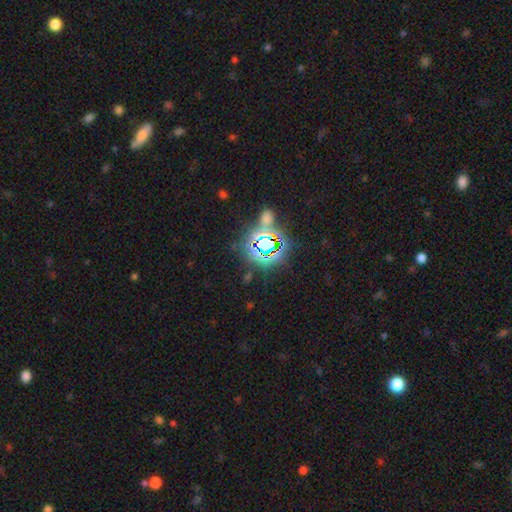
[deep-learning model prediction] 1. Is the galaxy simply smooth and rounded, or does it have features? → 76% star or artifact, 16% smooth, 8% featured or disk.